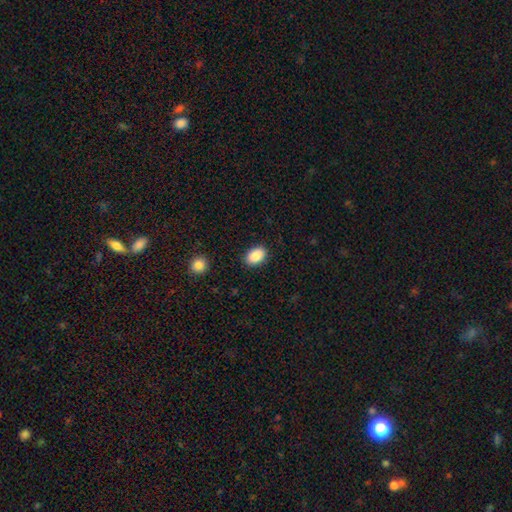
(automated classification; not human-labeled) The model was most divided on "how rounded": in between: 86%, round: 12%, cigar-shaped: 1%. More confident: merging — none (88%); smooth or featured — smooth (88%).